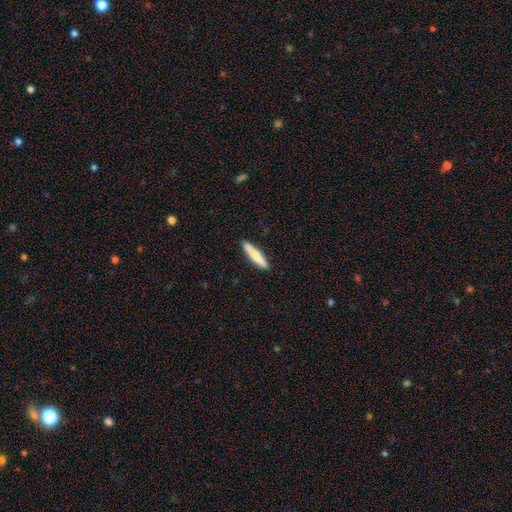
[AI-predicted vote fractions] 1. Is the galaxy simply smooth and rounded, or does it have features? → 71% smooth, 24% featured or disk, 5% star or artifact.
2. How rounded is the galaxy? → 89% cigar-shaped, 9% in between, 1% round.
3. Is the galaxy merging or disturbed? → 90% none, 7% minor disturbance, 2% major disturbance, 1% merger.